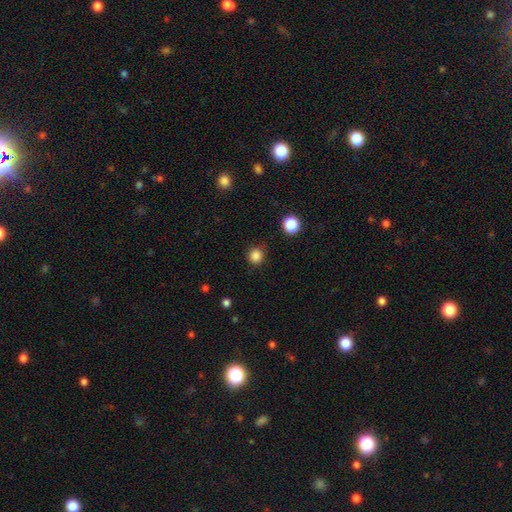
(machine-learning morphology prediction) This is clearly a smooth galaxy (85%). How rounded: clearly round (90%). Merging: clearly none (87%).